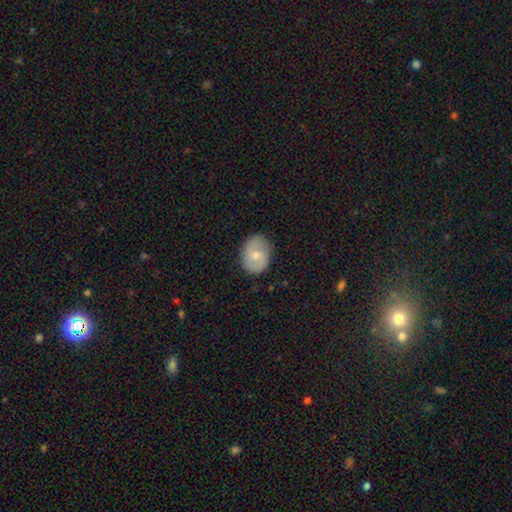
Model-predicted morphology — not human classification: smooth 64%, featured or disk 29%, star or artifact 7%. Down the decision tree: how rounded — in between (63%); merging — none (78%).